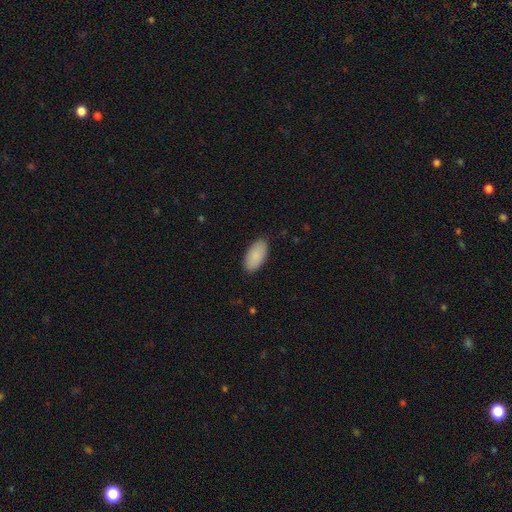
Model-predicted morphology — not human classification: Smooth or featured? Predicted: smooth (p=0.89). How rounded? Predicted: in between (p=0.95). Merging? Predicted: none (p=0.86).